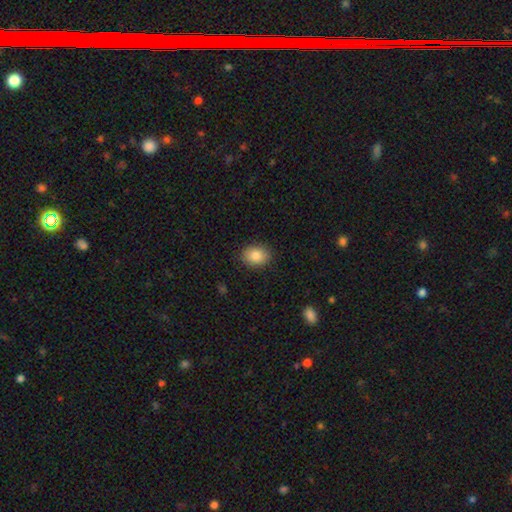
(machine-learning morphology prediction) Q: Smooth or featured?
A: smooth (86%); runner-up: star or artifact (8%)
Q: How rounded?
A: in between (57%); runner-up: round (42%)
Q: Merging?
A: none (87%); runner-up: minor disturbance (9%)